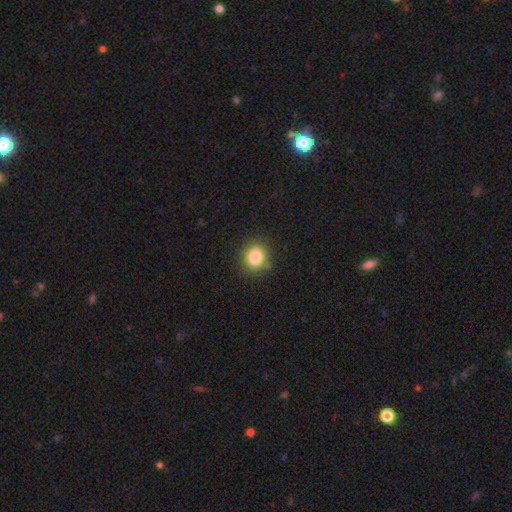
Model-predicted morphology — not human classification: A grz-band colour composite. It shows a smooth galaxy with no disk features (84%) that is round (78%). Merging: none (83%).